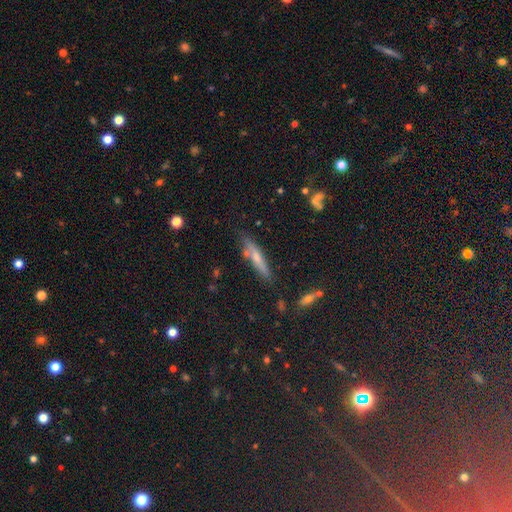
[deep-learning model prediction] Smooth or featured? smooth (48%)
Merging? none (77%)